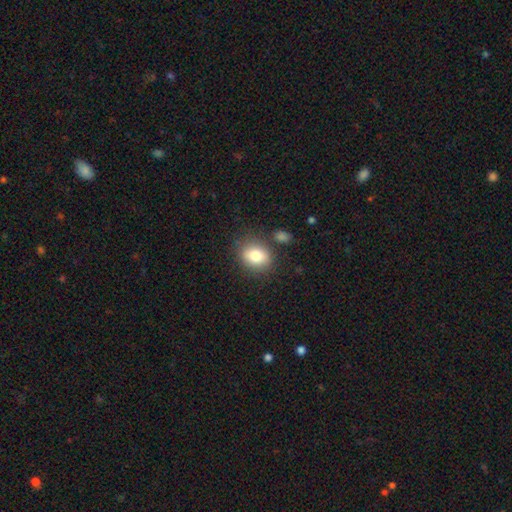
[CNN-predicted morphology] Smooth or featured: smooth — 81% (featured or disk — 10%)
How rounded: in between — 53% (round — 46%)
Merging: none — 77% (minor disturbance — 13%)